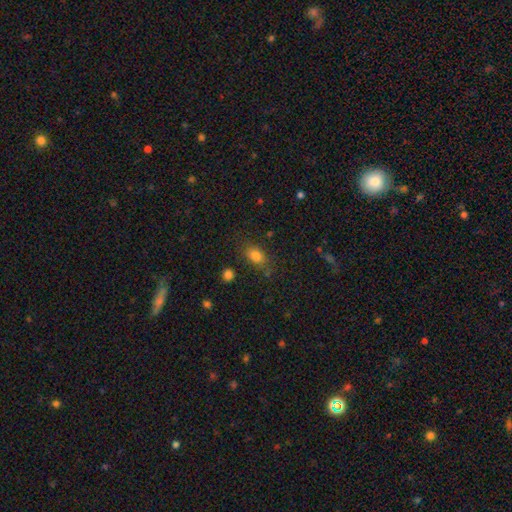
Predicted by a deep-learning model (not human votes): smooth 80%, star or artifact 12%, featured or disk 8%. Down the decision tree: how rounded — in between (79%); merging — none (75%).